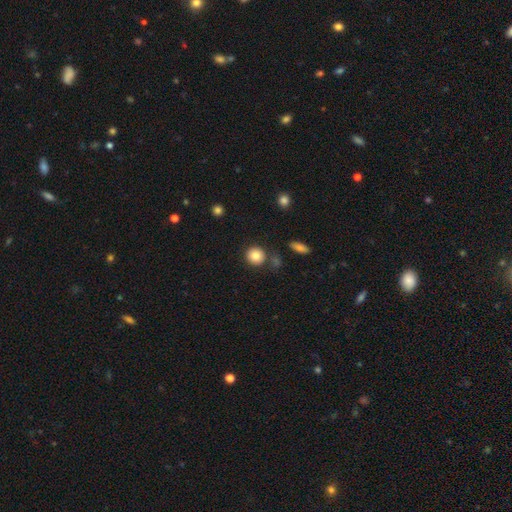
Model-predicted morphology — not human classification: The model was most divided on "merging": none: 82%, minor disturbance: 8%, merger: 7%, major disturbance: 3%. More confident: how rounded — round (90%); smooth or featured — smooth (85%).